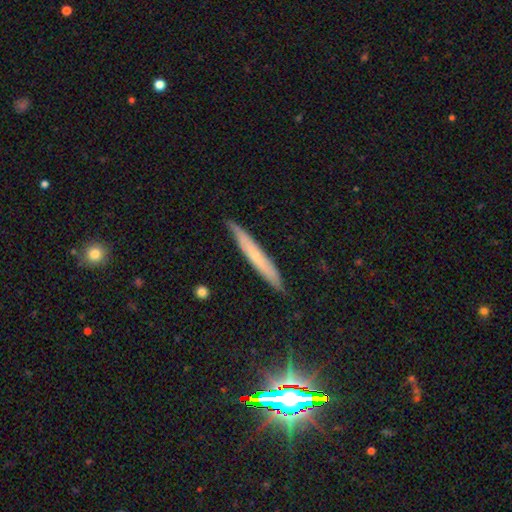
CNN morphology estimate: A smooth galaxy with no disk features (51%) that is cigar-shaped (96%).

Vote fractions:
- Smooth or featured? smooth: 51% / featured or disk: 40% / star or artifact: 10%
- How rounded? cigar-shaped: 96% / in between: 3% / round: 1%
- Merging? none: 86% / minor disturbance: 11% / major disturbance: 2% / merger: 1%